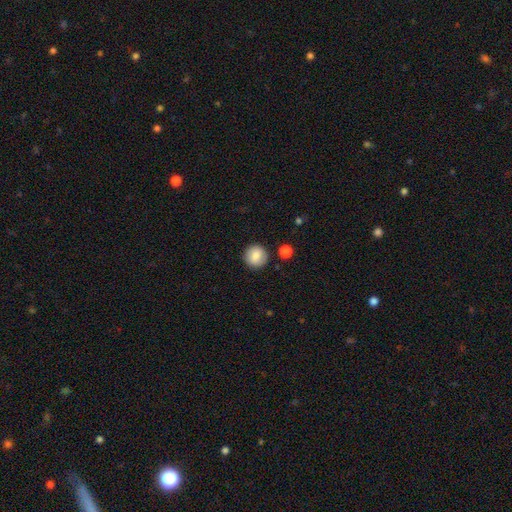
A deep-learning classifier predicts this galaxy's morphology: This is clearly a smooth galaxy (84%). How rounded: clearly round (93%). Merging: clearly none (88%).